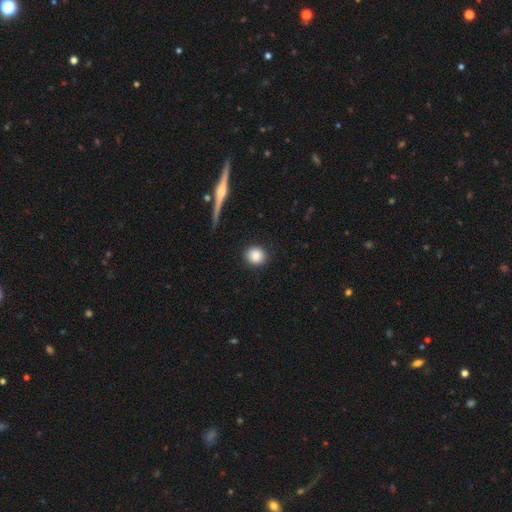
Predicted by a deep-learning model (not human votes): Q: Smooth or featured?
A: smooth (83%); runner-up: star or artifact (9%)
Q: How rounded?
A: round (86%); runner-up: in between (13%)
Q: Merging?
A: none (89%); runner-up: minor disturbance (7%)